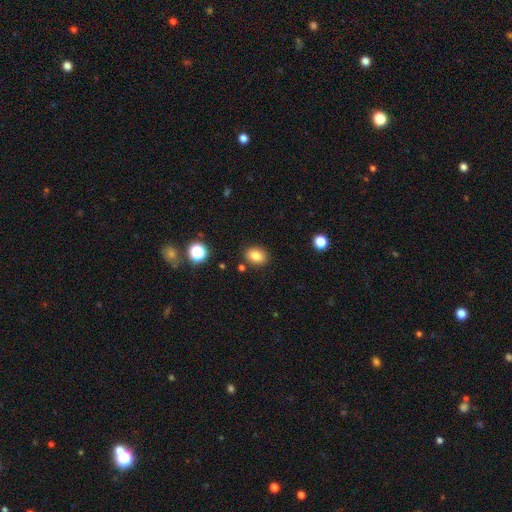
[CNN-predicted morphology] This appears to be a smooth galaxy with no disk features (83%) that is in between round and cigar-shaped (68%). Merging: none (85%).